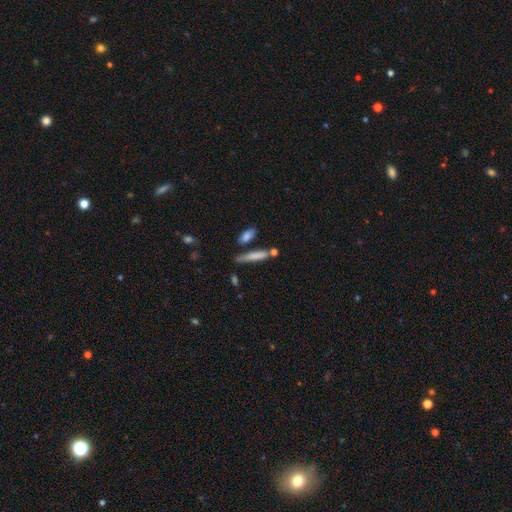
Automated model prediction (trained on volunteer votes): Smooth or featured?
  - smooth: 75% *
  - featured or disk: 18%
  - star or artifact: 7%
How rounded?
  - cigar-shaped: 85% *
  - in between: 13%
  - round: 2%
Merging?
  - none: 64% *
  - minor disturbance: 18%
  - merger: 13%
  - major disturbance: 5%